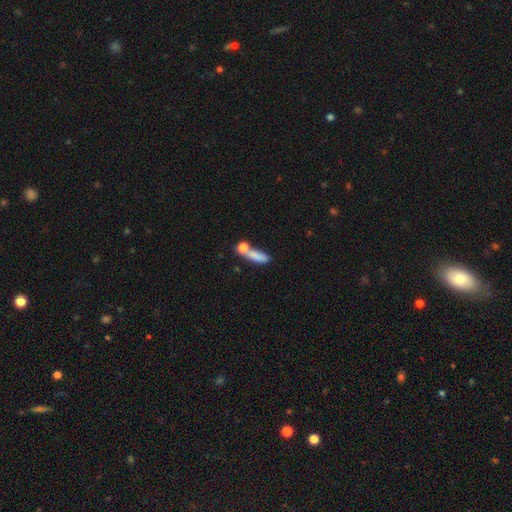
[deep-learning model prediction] smooth_or_featured: smooth (p=0.75) [alt: featured or disk p=0.15]
how_rounded: cigar-shaped (p=0.56) [alt: in between p=0.35]
merging: none (p=0.41) [alt: merger p=0.37]